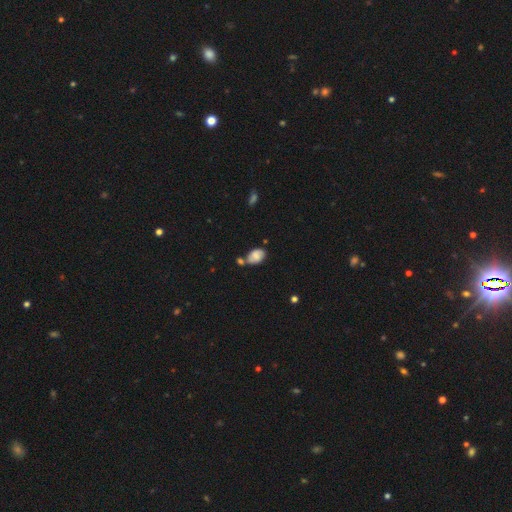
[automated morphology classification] Overall: smooth (75%). How rounded: in between (87%). Merging: none (48%; merger 25%).